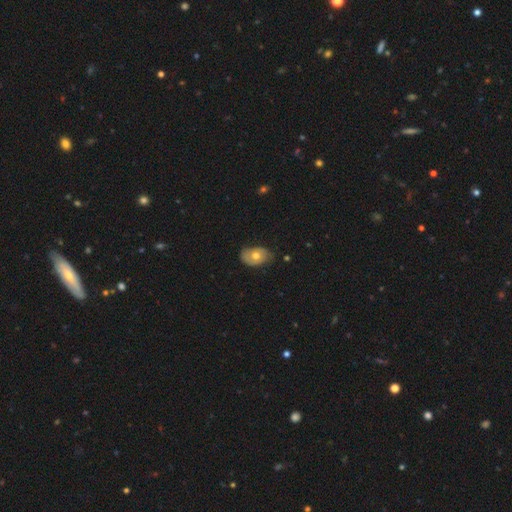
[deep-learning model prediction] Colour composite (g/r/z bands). It shows a smooth galaxy with no disk features (52%) that is in between round and cigar-shaped (83%). Merging: none (65%).